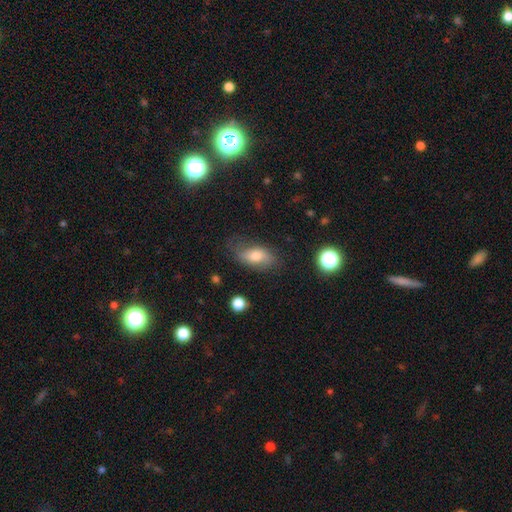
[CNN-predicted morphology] A smooth galaxy with no disk features (64%) that is in between round and cigar-shaped (86%).

Vote fractions:
- Smooth or featured? smooth: 64% / featured or disk: 24% / star or artifact: 12%
- How rounded? in between: 86% / round: 8% / cigar-shaped: 6%
- Merging? none: 68% / minor disturbance: 22% / major disturbance: 8% / merger: 2%